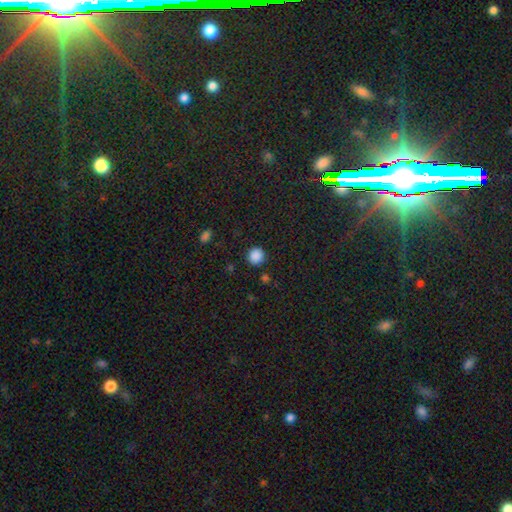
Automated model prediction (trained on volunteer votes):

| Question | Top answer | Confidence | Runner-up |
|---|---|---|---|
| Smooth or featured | smooth | 86% | star or artifact (11%) |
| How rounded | round | 93% | in between (6%) |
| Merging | none | 89% | minor disturbance (7%) |